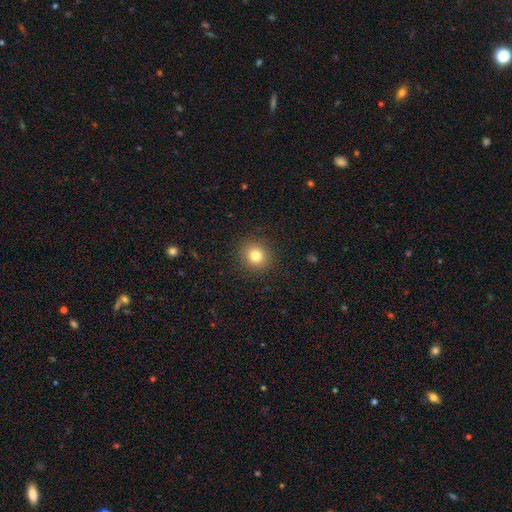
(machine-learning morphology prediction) smooth_or_featured: smooth (p=0.81) [alt: star or artifact p=0.12]
how_rounded: round (p=0.85) [alt: in between p=0.14]
merging: none (p=0.90) [alt: minor disturbance p=0.06]